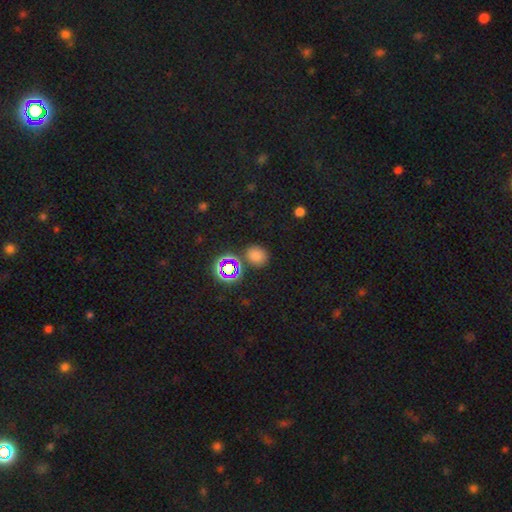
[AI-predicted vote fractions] A smooth galaxy with no disk features (68%) that is round (67%).

Vote fractions:
- Smooth or featured? smooth: 68% / star or artifact: 25% / featured or disk: 6%
- How rounded? round: 67% / in between: 31% / cigar-shaped: 1%
- Merging? none: 76% / minor disturbance: 12% / merger: 8% / major disturbance: 4%